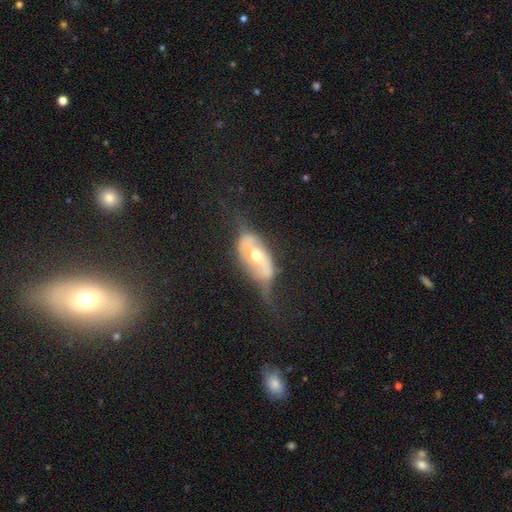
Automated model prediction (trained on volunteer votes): Q: Smooth or featured?
A: featured or disk (65%); runner-up: smooth (27%)
Q: Edge-on disk?
A: no (83%); runner-up: yes (17%)
Q: Bar?
A: no (53%); runner-up: weak (30%)
Q: Spiral arms?
A: yes (55%); runner-up: no (45%)
Q: Bulge size?
A: moderate (72%); runner-up: small (20%)
Q: Merging?
A: major disturbance (35%); runner-up: none (31%)